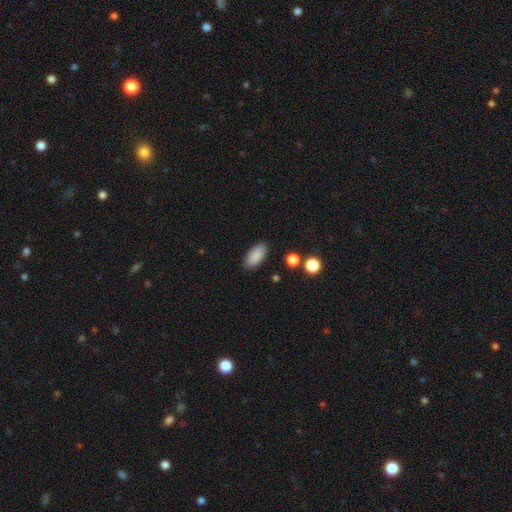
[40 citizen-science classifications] smooth_or_featured: smooth (p=0.93) [alt: featured or disk p=0.05]
how_rounded: in between (p=0.95) [alt: round p=0.03]
merging: none (p=0.95) [alt: minor disturbance p=0.03]